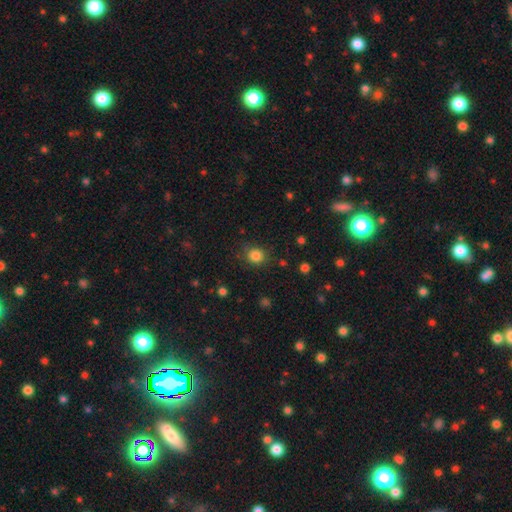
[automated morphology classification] Smooth or featured: smooth — 83% (star or artifact — 12%)
How rounded: round — 82% (in between — 17%)
Merging: none — 81% (minor disturbance — 13%)